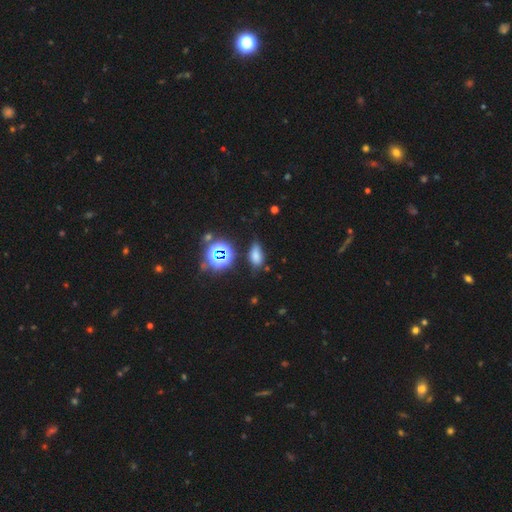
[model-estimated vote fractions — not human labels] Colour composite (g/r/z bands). It shows a smooth galaxy with no disk features (63%) that is in between round and cigar-shaped (83%). Merging: none (63%).